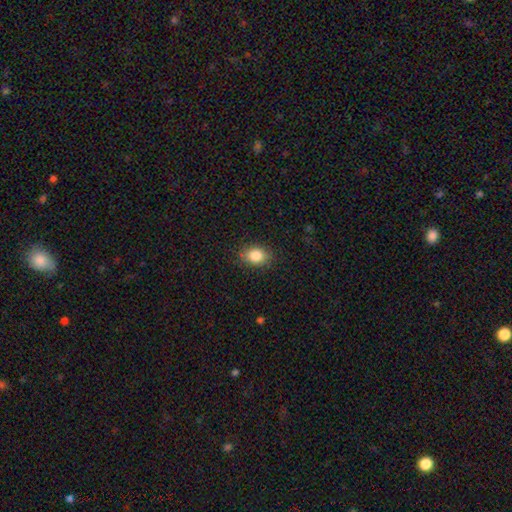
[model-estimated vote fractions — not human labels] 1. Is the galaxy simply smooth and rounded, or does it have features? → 86% smooth, 9% star or artifact, 5% featured or disk.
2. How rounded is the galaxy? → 60% in between, 39% round, 1% cigar-shaped.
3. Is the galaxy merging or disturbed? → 86% none, 10% minor disturbance, 3% major disturbance, 1% merger.